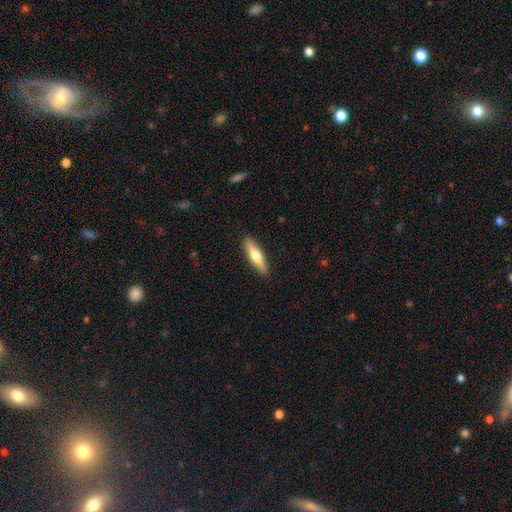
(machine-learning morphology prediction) This appears to be a smooth galaxy with no disk features (53%) that is cigar-shaped (74%). Merging: none (90%).